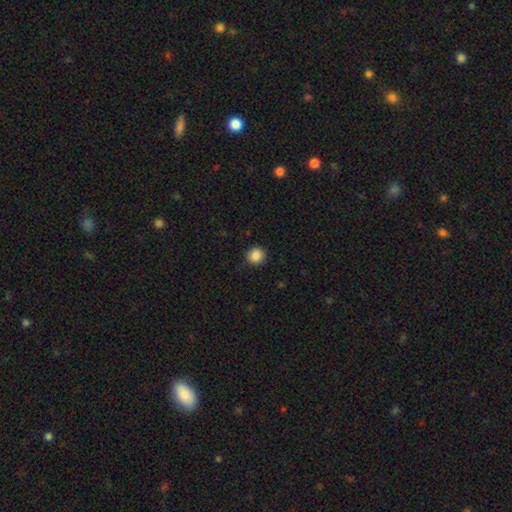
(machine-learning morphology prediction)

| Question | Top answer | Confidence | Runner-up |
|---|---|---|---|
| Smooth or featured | smooth | 86% | star or artifact (9%) |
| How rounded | round | 91% | in between (8%) |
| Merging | none | 91% | minor disturbance (7%) |